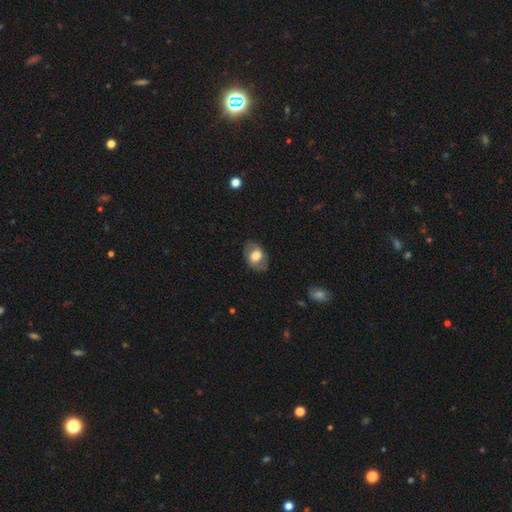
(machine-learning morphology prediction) A smooth galaxy with no disk features (56%) that is in between round and cigar-shaped (76%). Merging: none (77%).